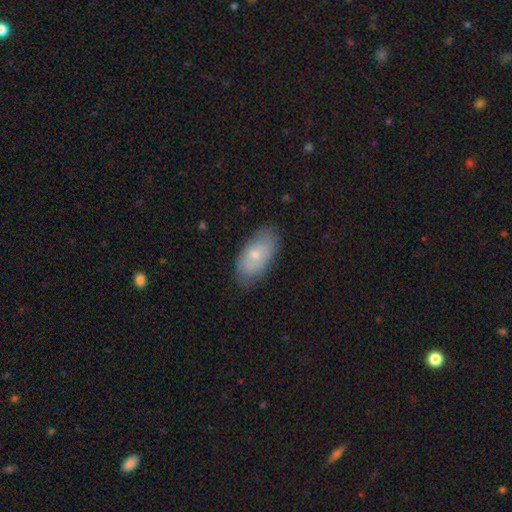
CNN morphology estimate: type=smooth (66%); roundness=in between (92%); merging=none (77%).